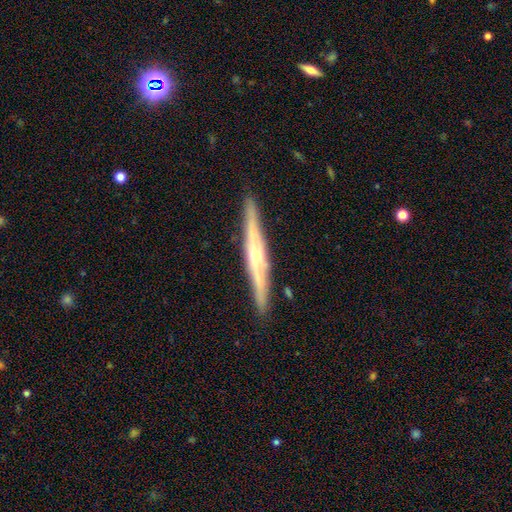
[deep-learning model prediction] A featured or disk galaxy (74%) viewed edge-on (97%) with a rounded central bulge (78%).

Vote fractions:
- Smooth or featured? featured or disk: 74% / smooth: 20% / star or artifact: 6%
- Edge-on disk? yes: 97% / no: 3%
- Edge-on bulge? rounded: 78% / none: 13% / boxy: 9%
- Merging? none: 91% / minor disturbance: 7% / major disturbance: 1% / merger: 1%